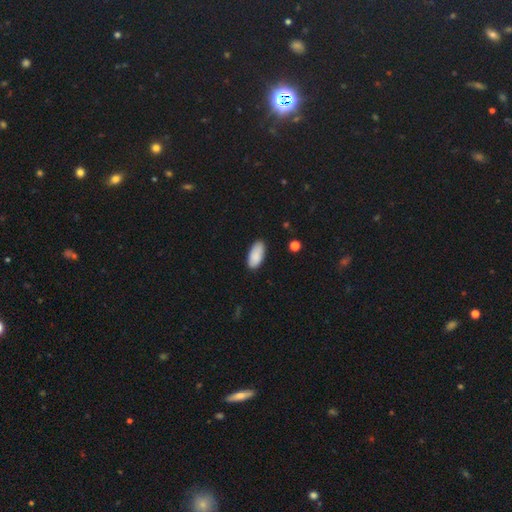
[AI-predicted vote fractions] This appears to be a smooth galaxy with no disk features (88%) that is in between round and cigar-shaped (91%). Merging: none (85%).